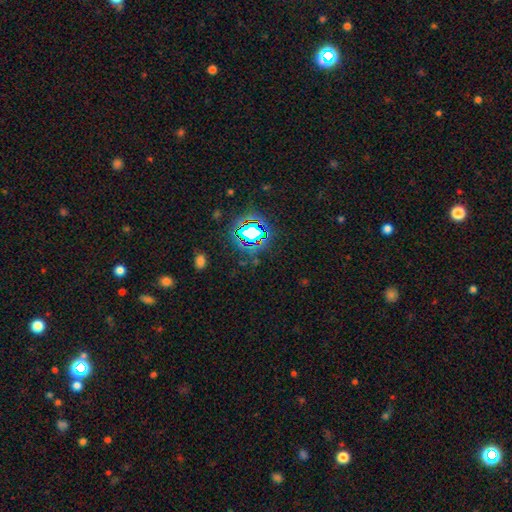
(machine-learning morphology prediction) Overall: star or artifact (79%).